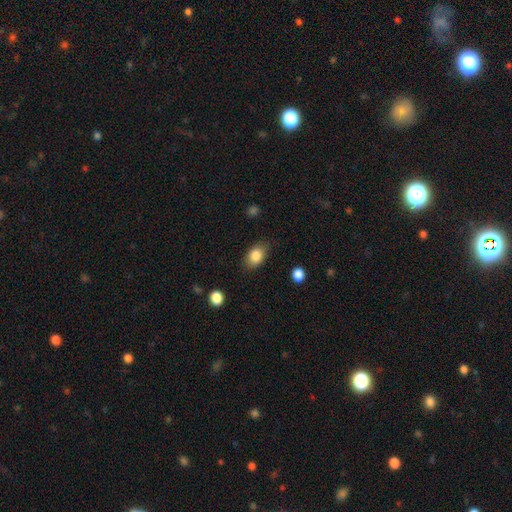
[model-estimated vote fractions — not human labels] This appears to be a smooth galaxy with no disk features (85%) that is in between round and cigar-shaped (84%). Merging: none (80%).